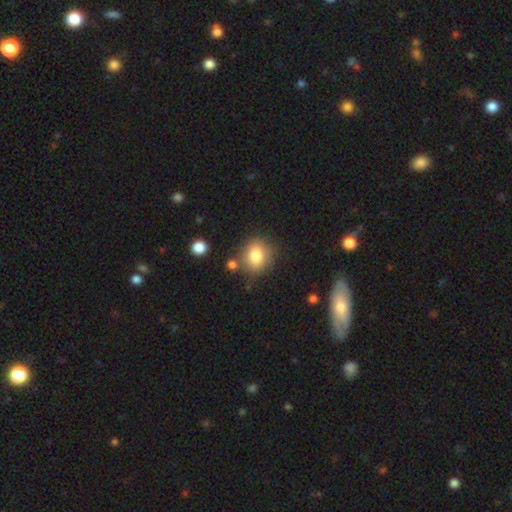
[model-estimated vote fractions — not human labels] Morphology: type=smooth (82%); roundness=round (64%); merging=none (74%).